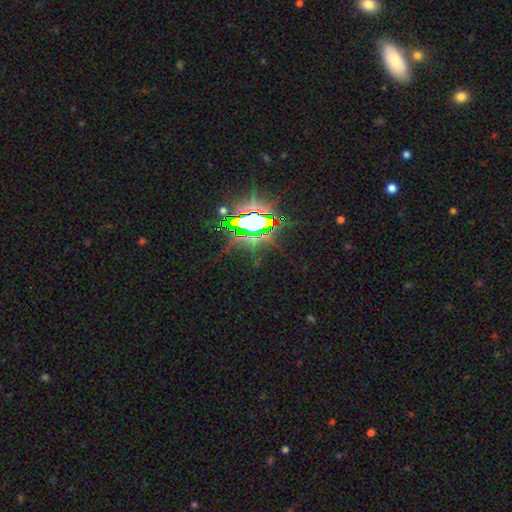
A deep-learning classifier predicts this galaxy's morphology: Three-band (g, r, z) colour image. It shows a star or artifact, not a galaxy (83%).